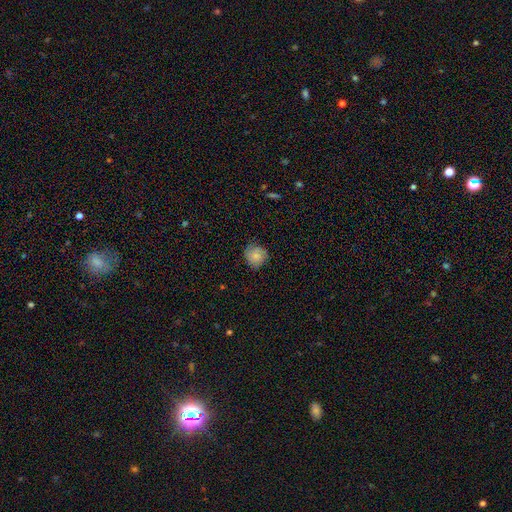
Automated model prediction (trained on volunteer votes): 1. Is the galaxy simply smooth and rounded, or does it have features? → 74% smooth, 18% featured or disk, 8% star or artifact.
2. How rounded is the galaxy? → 88% round, 11% in between, 1% cigar-shaped.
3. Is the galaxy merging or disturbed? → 75% none, 19% minor disturbance, 4% major disturbance, 1% merger.